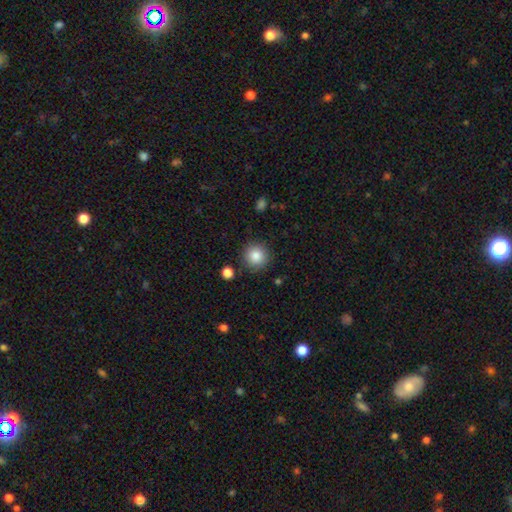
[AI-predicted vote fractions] The model was most divided on "smooth or featured": smooth: 85%, star or artifact: 9%, featured or disk: 5%. More confident: how rounded — round (94%); merging — none (88%).